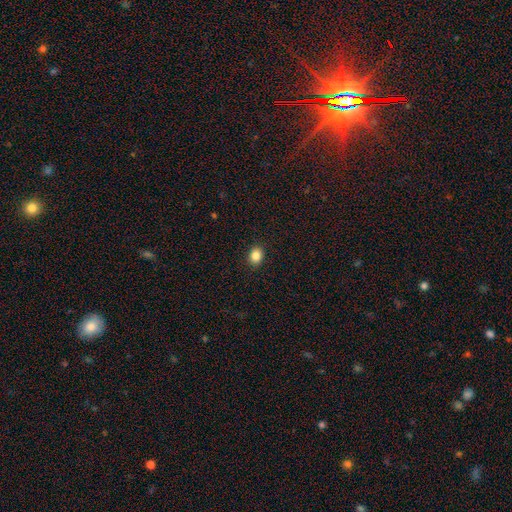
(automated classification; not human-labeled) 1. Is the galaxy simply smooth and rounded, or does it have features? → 85% smooth, 10% star or artifact, 4% featured or disk.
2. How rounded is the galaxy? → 53% round, 46% in between, 1% cigar-shaped.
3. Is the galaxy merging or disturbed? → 90% none, 7% minor disturbance, 2% major disturbance, 1% merger.